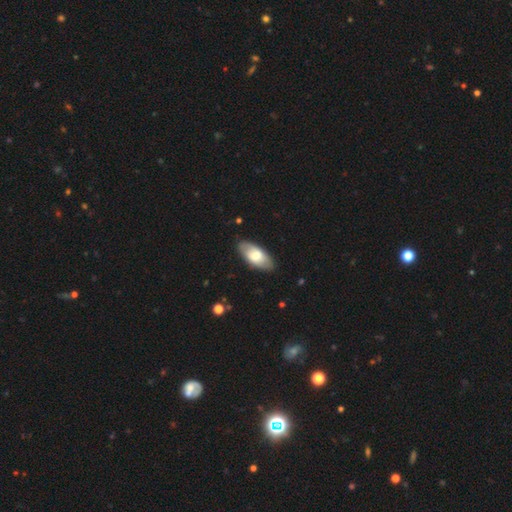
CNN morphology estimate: Overall: smooth (66%; featured or disk 29%). How rounded: in between (90%). Merging: none (85%).